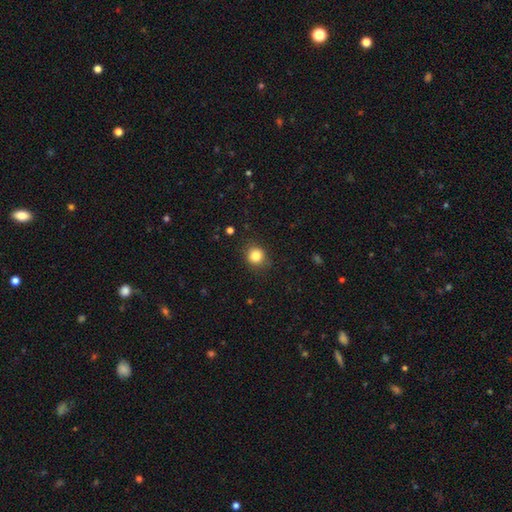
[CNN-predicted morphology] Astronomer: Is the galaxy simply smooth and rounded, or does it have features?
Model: smooth — 84%.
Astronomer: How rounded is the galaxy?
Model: round — 85%.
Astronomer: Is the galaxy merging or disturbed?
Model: none — 84%.